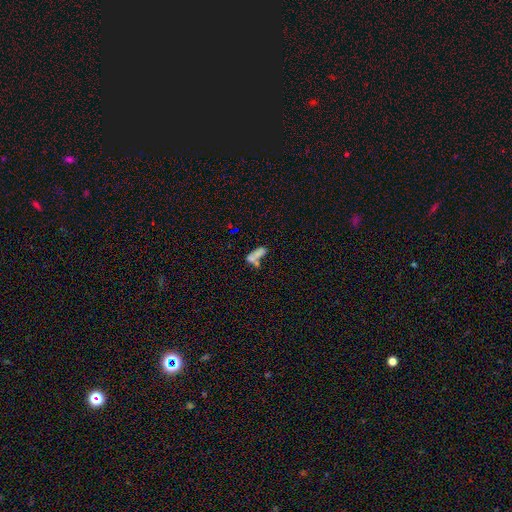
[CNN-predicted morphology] This appears to be a smooth galaxy with no disk features (66%) that is in between round and cigar-shaped (67%). Merging: merger (47%).